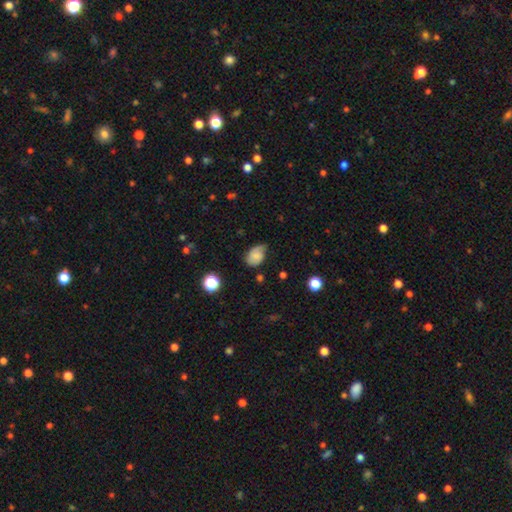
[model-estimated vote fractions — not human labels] The model was most divided on "merging": none: 49%, minor disturbance: 38%, major disturbance: 11%, merger: 2%. More confident: how rounded — in between (79%); smooth or featured — smooth (68%).